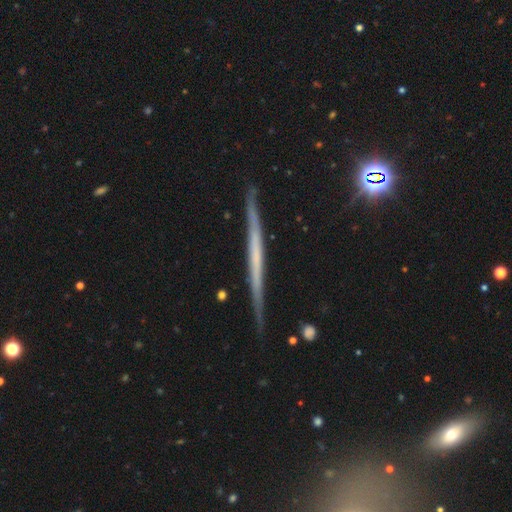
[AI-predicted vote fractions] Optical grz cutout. It shows a featured or disk galaxy (67%) viewed edge-on (97%) with no central bulge (88%). Merging: none (88%).